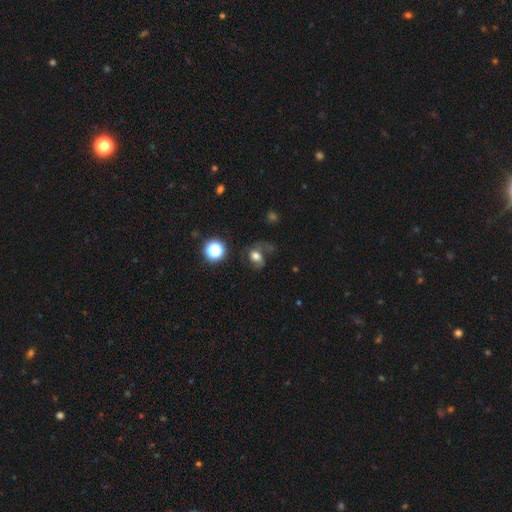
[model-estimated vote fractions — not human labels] Smooth or featured? Predicted: smooth (p=0.49). Merging? Predicted: none (p=0.39).